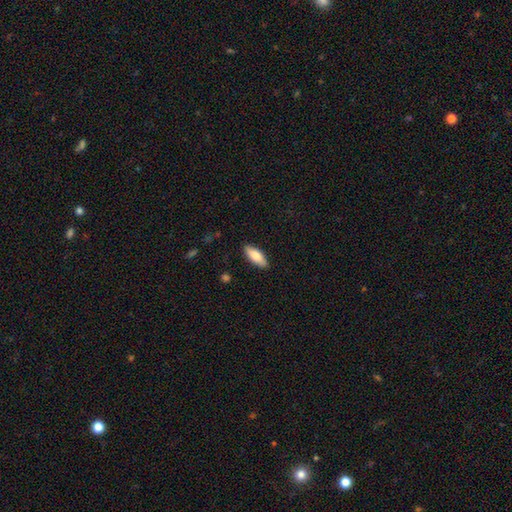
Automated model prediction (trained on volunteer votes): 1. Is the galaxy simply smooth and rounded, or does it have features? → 80% smooth, 14% featured or disk, 6% star or artifact.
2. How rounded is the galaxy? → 74% in between, 24% cigar-shaped, 2% round.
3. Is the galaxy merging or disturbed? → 88% none, 9% minor disturbance, 2% major disturbance, 1% merger.